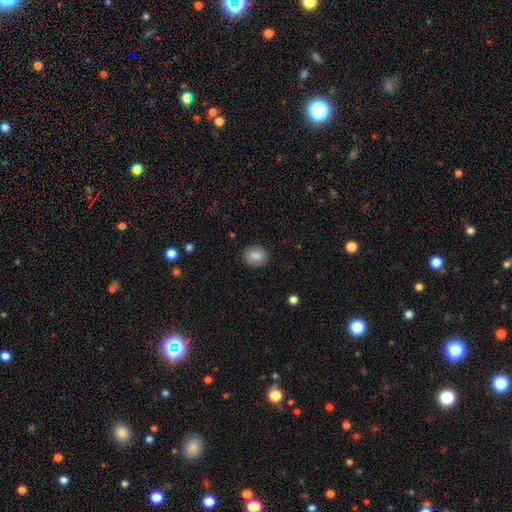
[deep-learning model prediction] This is likely a smooth galaxy (75%). How rounded: likely round (74%). Merging: clearly none (86%).